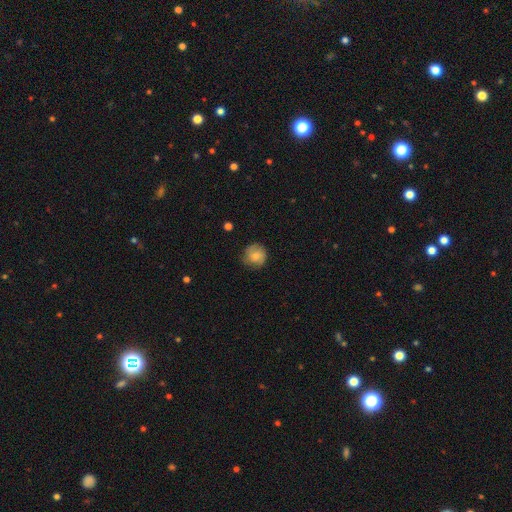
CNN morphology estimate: Smooth or featured: smooth — 77% (featured or disk — 15%)
How rounded: round — 92% (in between — 7%)
Merging: none — 78% (minor disturbance — 17%)